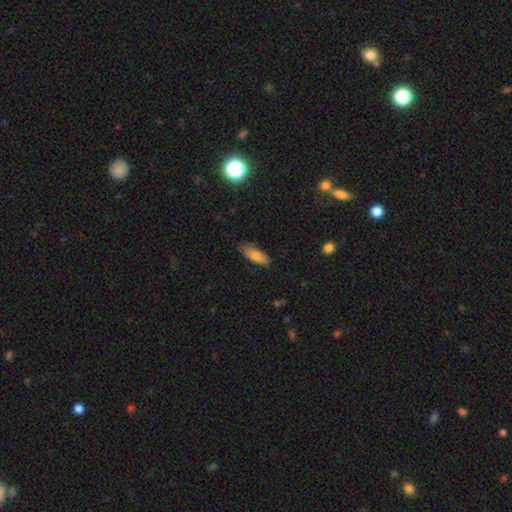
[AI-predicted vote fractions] A smooth galaxy with no disk features (78%) that is in between round and cigar-shaped (65%).

Vote fractions:
- Smooth or featured? smooth: 78% / featured or disk: 15% / star or artifact: 7%
- How rounded? in between: 65% / cigar-shaped: 33% / round: 2%
- Merging? none: 78% / minor disturbance: 18% / major disturbance: 3% / merger: 1%